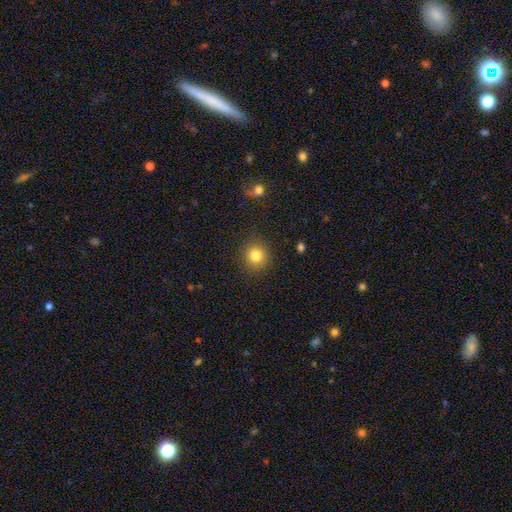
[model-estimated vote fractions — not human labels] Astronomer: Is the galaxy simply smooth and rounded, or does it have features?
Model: smooth — 82%.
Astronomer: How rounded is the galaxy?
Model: round — 89%.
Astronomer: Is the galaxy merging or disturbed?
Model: none — 88%.